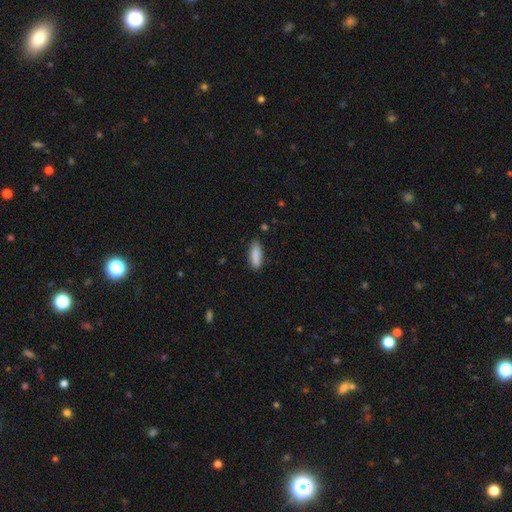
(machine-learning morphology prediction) A smooth galaxy with no disk features (87%) that is in between round and cigar-shaped (63%).

Vote fractions:
- Smooth or featured? smooth: 87% / star or artifact: 7% / featured or disk: 6%
- How rounded? in between: 63% / cigar-shaped: 35% / round: 2%
- Merging? none: 79% / minor disturbance: 16% / major disturbance: 3% / merger: 2%